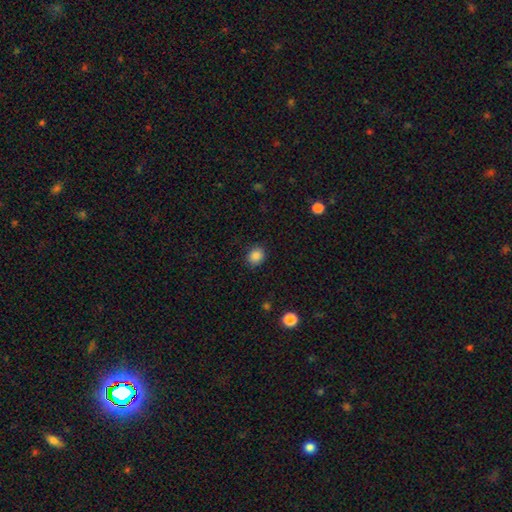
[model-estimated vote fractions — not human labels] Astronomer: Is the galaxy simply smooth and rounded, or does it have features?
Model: smooth — 87%.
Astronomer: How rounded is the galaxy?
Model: round — 65%.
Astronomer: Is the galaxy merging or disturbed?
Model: none — 87%.